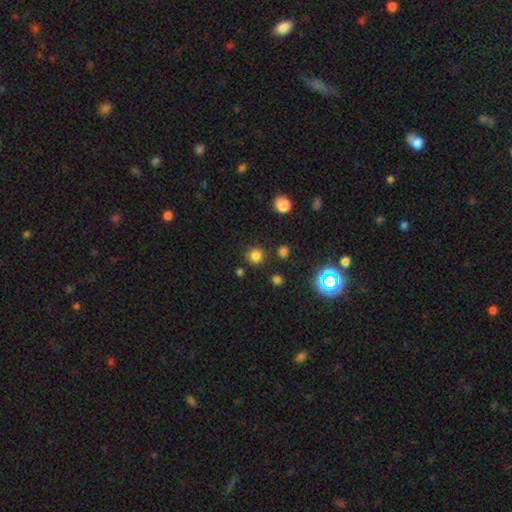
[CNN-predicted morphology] A smooth galaxy with no disk features (78%) that is round (94%). Merging: none (87%).